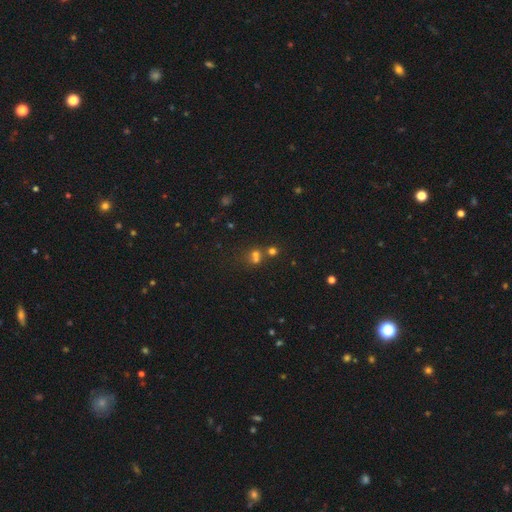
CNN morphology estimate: This is possibly a smooth galaxy (57%). How rounded: clearly round (80%). Merging: possibly merger (49%).